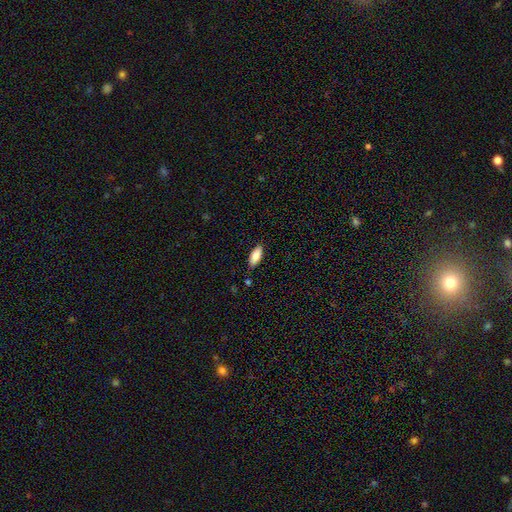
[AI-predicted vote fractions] smooth-or-featured: smooth: 84% | featured or disk: 9% | star or artifact: 7%
  how-rounded: in between: 84% | cigar-shaped: 14% | round: 2%
  merging: none: 83% | minor disturbance: 12% | major disturbance: 2% | merger: 2%